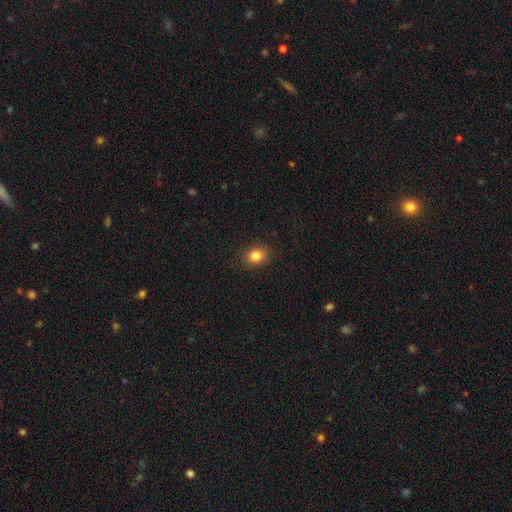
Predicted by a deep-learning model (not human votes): smooth 84%, star or artifact 10%, featured or disk 5%. Down the decision tree: how rounded — round (52%); merging — none (88%).